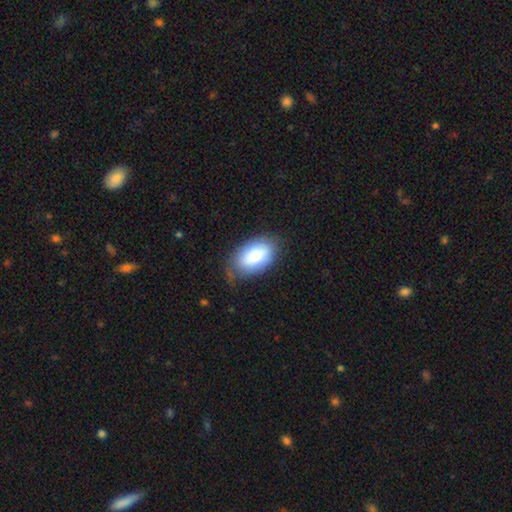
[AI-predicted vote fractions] smooth-or-featured: smooth: 79% | featured or disk: 15% | star or artifact: 7%
  how-rounded: in between: 92% | round: 7% | cigar-shaped: 2%
  merging: none: 66% | minor disturbance: 25% | major disturbance: 7% | merger: 2%